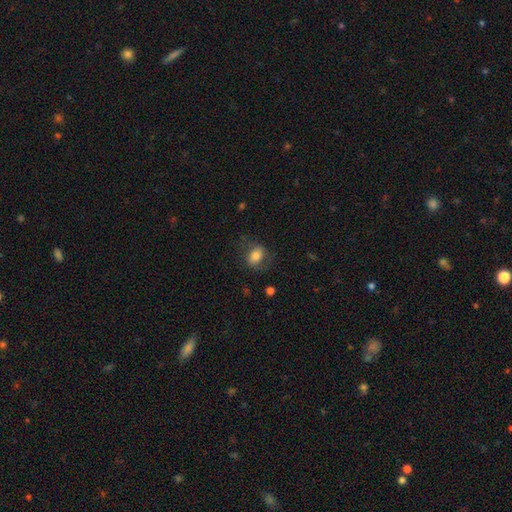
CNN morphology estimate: This is likely a smooth galaxy (70%). How rounded: likely in between (68%). Merging: likely none (66%).